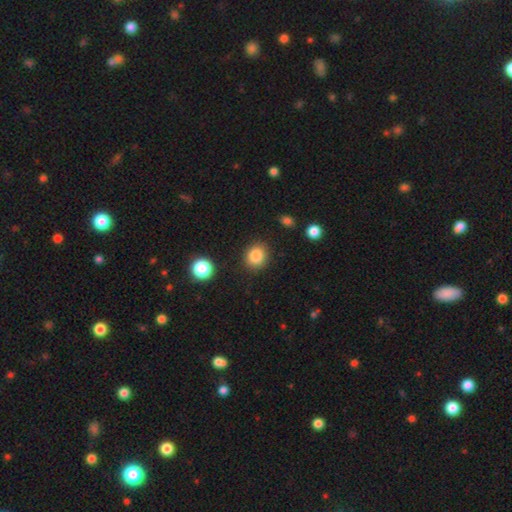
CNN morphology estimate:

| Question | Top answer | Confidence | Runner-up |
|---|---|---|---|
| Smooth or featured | smooth | 85% | star or artifact (10%) |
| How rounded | round | 73% | in between (26%) |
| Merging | none | 86% | minor disturbance (9%) |